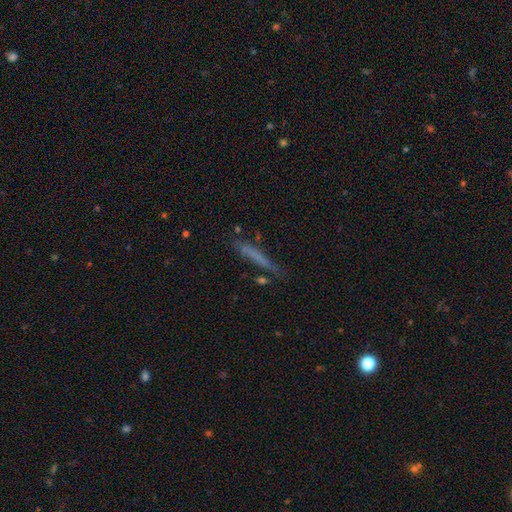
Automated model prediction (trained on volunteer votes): Overall: smooth (59%; featured or disk 31%). How rounded: cigar-shaped (93%). Merging: none (73%).